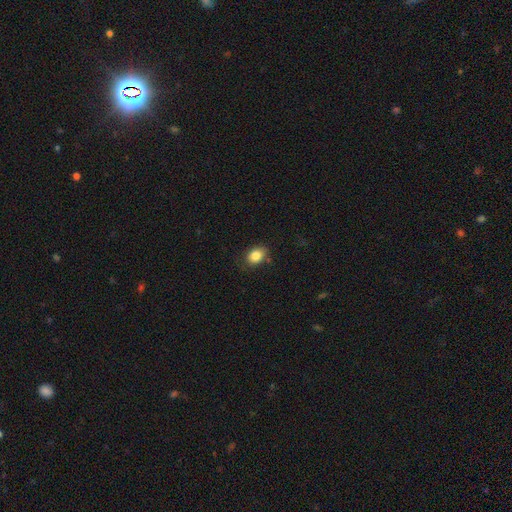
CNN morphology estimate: This appears to be a smooth galaxy with no disk features (85%) that is in between round and cigar-shaped (66%). Merging: none (78%).